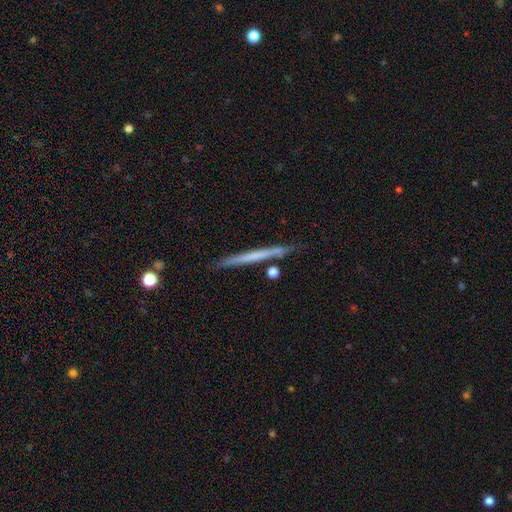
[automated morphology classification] A smooth galaxy with no disk features (48%). Merging: none (85%).